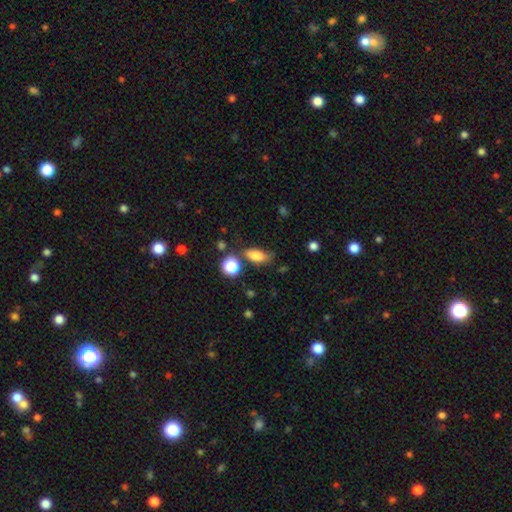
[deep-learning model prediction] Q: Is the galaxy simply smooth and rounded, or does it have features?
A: smooth — 81%.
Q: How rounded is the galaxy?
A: in between — 79%.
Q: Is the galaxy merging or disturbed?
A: none — 63%.